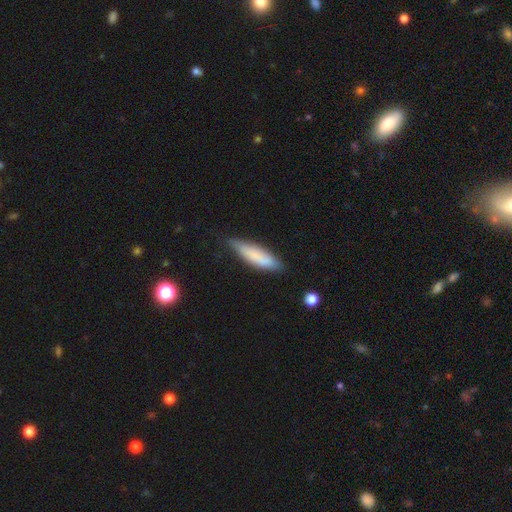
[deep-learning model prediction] This appears to be a smooth galaxy with no disk features (75%) that is cigar-shaped (67%). Merging: none (70%).